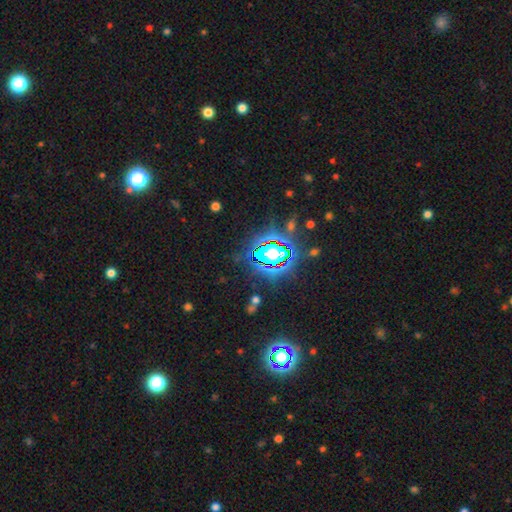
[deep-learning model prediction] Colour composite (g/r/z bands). It shows a star or artifact, not a galaxy (80%).